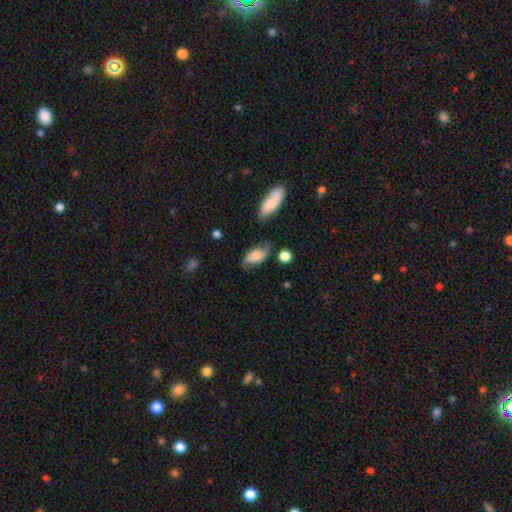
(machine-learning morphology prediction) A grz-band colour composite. It shows a smooth galaxy with no disk features (64%) that is in between round and cigar-shaped (90%). Merging: none (57%).